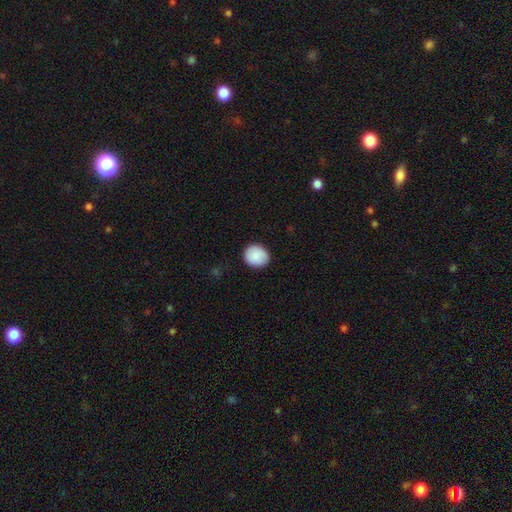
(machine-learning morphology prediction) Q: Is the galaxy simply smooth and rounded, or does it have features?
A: smooth — 88%.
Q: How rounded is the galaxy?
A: round — 79%.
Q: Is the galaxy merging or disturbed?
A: none — 88%.